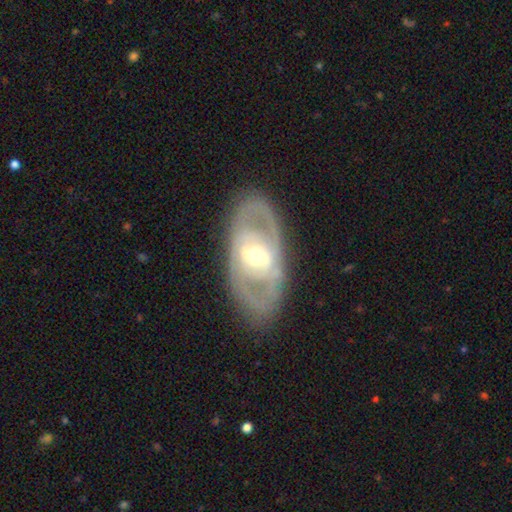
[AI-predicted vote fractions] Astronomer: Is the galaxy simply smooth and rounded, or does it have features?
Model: featured or disk — 80%.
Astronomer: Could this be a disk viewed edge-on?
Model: no — 91%.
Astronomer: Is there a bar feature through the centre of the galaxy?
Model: no — 40% (runner-up: weak, 39%).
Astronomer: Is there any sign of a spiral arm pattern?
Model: yes — 64%.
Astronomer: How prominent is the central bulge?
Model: moderate — 65%.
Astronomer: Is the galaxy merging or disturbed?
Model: none — 79%.